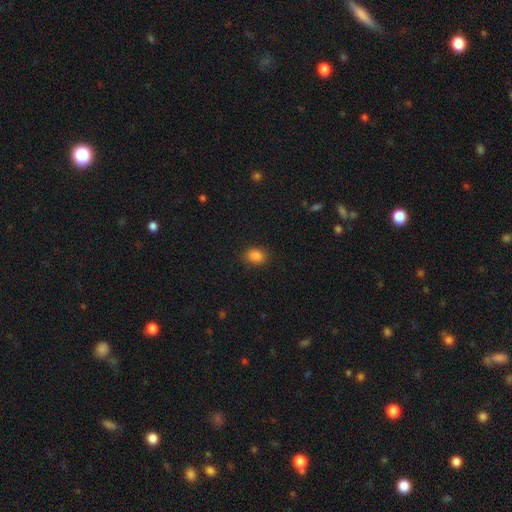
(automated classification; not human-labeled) A smooth galaxy with no disk features (85%) that is in between round and cigar-shaped (65%). Merging: none (85%).